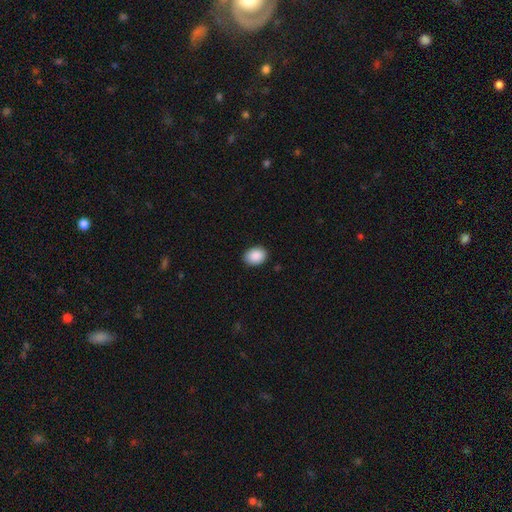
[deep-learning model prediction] Smooth or featured? Predicted: smooth (p=0.90). How rounded? Predicted: in between (p=0.69). Merging? Predicted: none (p=0.89).